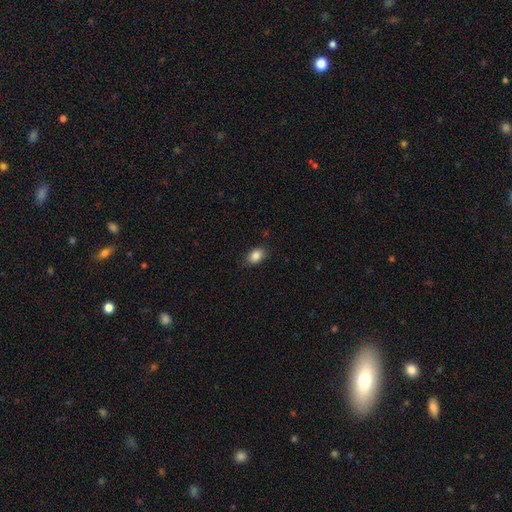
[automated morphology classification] Smooth or featured? Predicted: smooth (p=0.86). How rounded? Predicted: in between (p=0.82). Merging? Predicted: none (p=0.85).